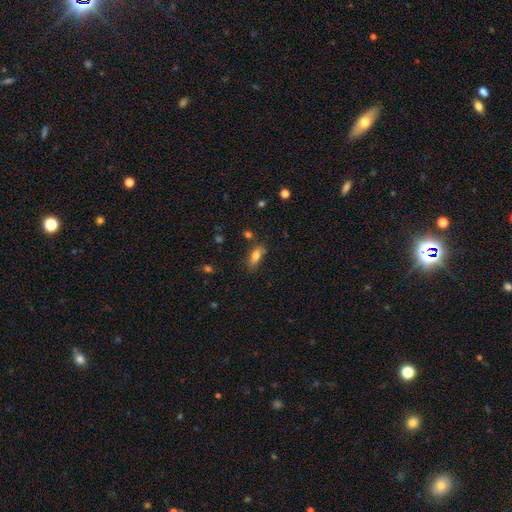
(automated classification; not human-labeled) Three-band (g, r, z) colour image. It shows a smooth galaxy with no disk features (79%) that is in between round and cigar-shaped (78%). Merging: none (69%).